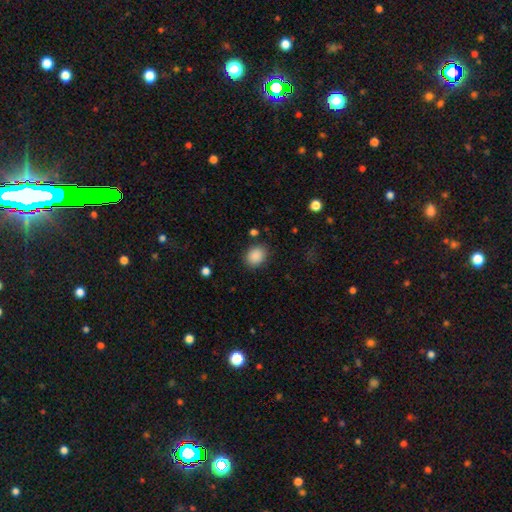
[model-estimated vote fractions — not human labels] smooth_or_featured: smooth (p=0.88) [alt: star or artifact p=0.08]
how_rounded: in between (p=0.50) [alt: round p=0.49]
merging: none (p=0.84) [alt: minor disturbance p=0.10]